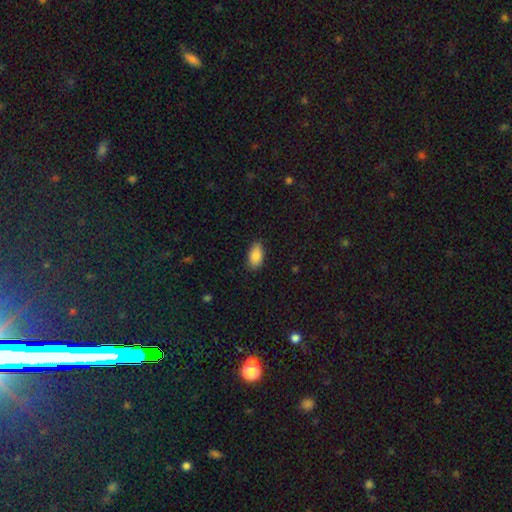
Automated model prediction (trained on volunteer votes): A smooth galaxy with no disk features (87%) that is in between round and cigar-shaped (93%). Merging: none (83%).